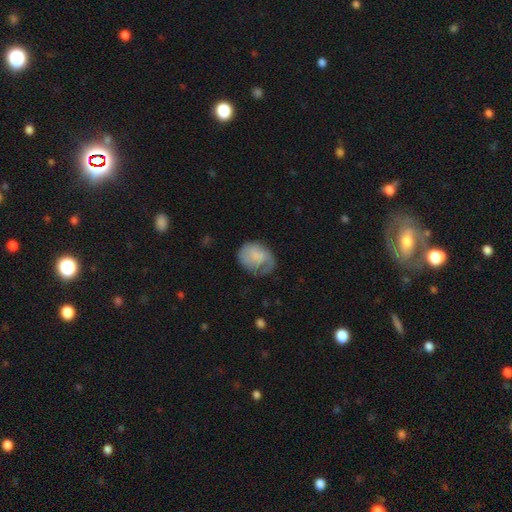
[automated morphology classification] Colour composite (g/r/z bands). It shows a smooth galaxy with no disk features (57%) that is in between round and cigar-shaped (54%). Merging: none (37%).